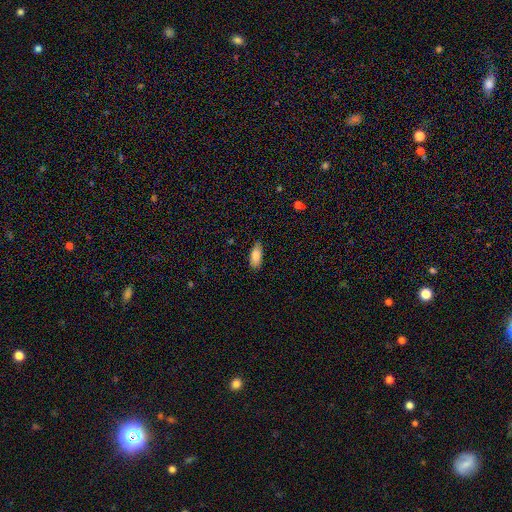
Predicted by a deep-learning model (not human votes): Smooth or featured: smooth — 84% (featured or disk — 9%)
How rounded: in between — 85% (cigar-shaped — 13%)
Merging: none — 78% (minor disturbance — 18%)